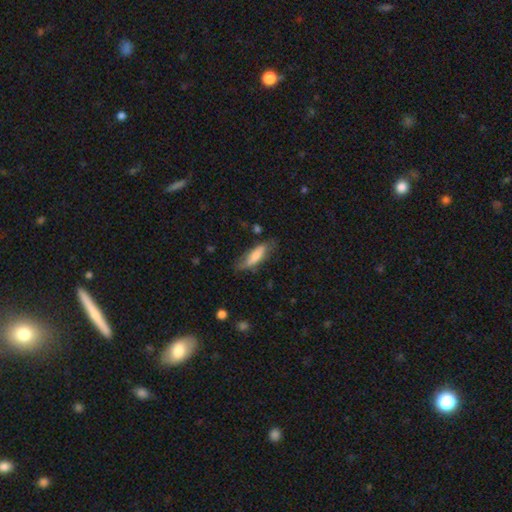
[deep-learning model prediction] Morphology: type=smooth (72%); roundness=cigar-shaped (50%); merging=none (63%).